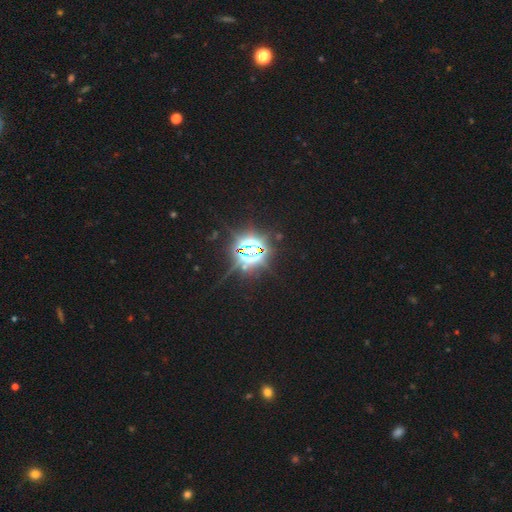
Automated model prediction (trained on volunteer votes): Smooth or featured? star or artifact (85%)